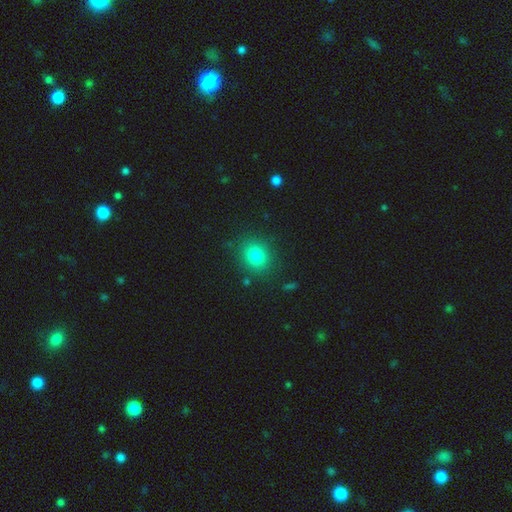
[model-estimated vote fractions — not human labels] smooth_or_featured: smooth (p=0.81) [alt: star or artifact p=0.12]
how_rounded: round (p=0.72) [alt: in between p=0.27]
merging: none (p=0.86) [alt: minor disturbance p=0.09]